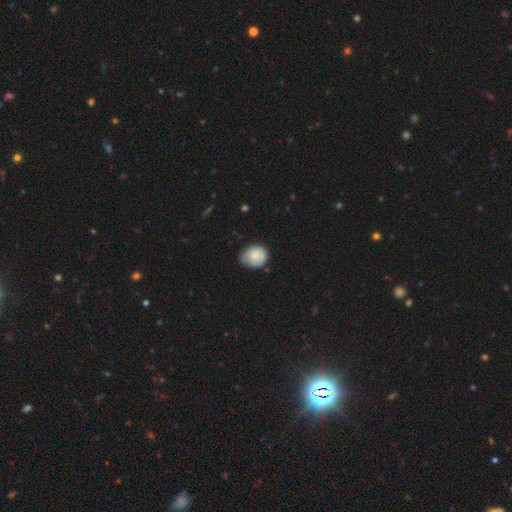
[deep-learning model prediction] This appears to be a smooth galaxy with no disk features (78%) that is round (61%). Merging: none (56%).